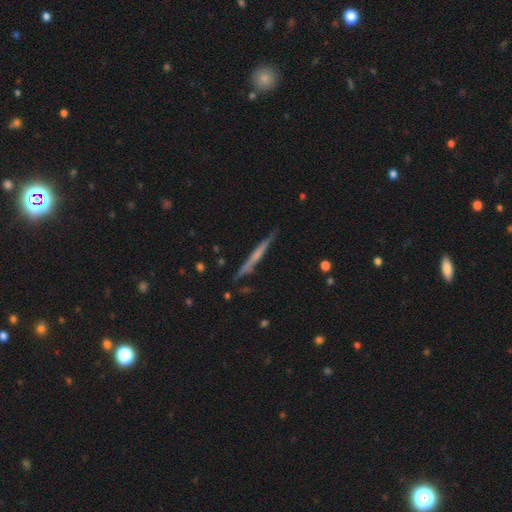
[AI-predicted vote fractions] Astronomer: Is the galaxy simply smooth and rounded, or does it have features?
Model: featured or disk — 54% (runner-up: smooth, 40%).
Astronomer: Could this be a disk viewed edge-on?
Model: yes — 96%.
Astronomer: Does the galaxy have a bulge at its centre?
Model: none — 74%.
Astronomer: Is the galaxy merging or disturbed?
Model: none — 86%.